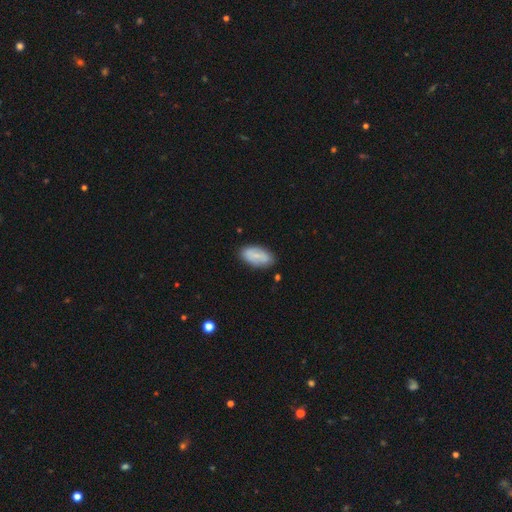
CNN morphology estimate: Overall: smooth (66%; featured or disk 28%). How rounded: in between (92%). Merging: none (81%).